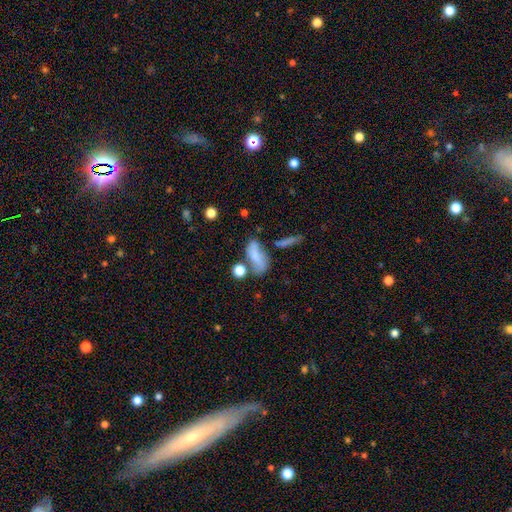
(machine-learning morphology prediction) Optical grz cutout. It shows a smooth galaxy with no disk features (66%) that is in between round and cigar-shaped (80%). Merging: none (46%).